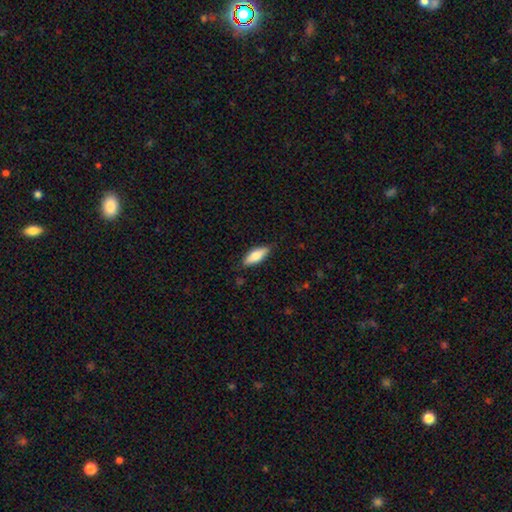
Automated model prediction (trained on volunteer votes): Smooth or featured? smooth (76%)
How rounded? in between (70%)
Merging? none (83%)